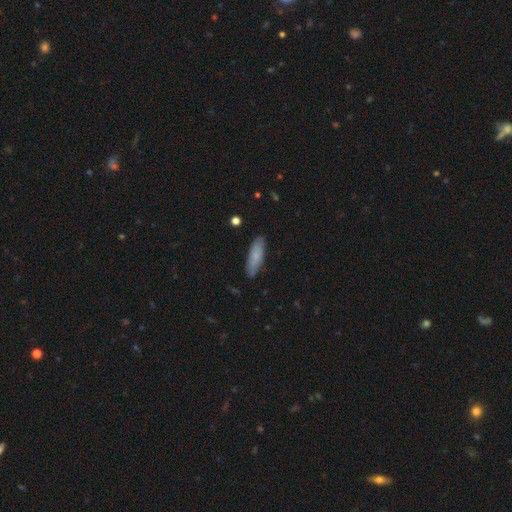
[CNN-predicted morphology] A smooth galaxy with no disk features (74%) that is cigar-shaped (50%).

Vote fractions:
- Smooth or featured? smooth: 74% / featured or disk: 20% / star or artifact: 6%
- How rounded? cigar-shaped: 50% / in between: 48% / round: 2%
- Merging? none: 83% / minor disturbance: 13% / major disturbance: 2% / merger: 1%